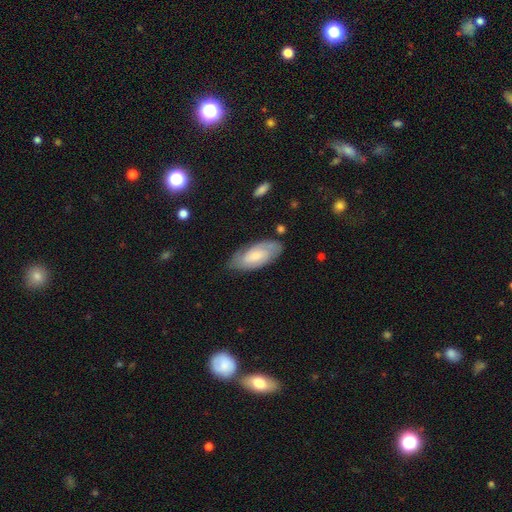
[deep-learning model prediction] Morphology: type=featured or disk (50%); merging=none (74%).